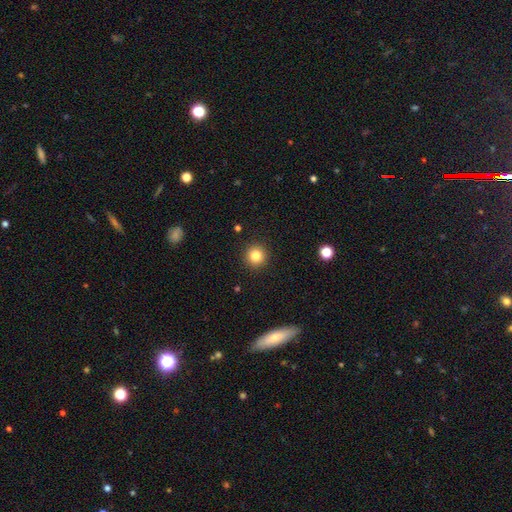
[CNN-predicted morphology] smooth-or-featured: smooth: 82% | star or artifact: 11% | featured or disk: 6%
  how-rounded: round: 95% | in between: 4% | cigar-shaped: 1%
  merging: none: 92% | minor disturbance: 5% | major disturbance: 2% | merger: 1%